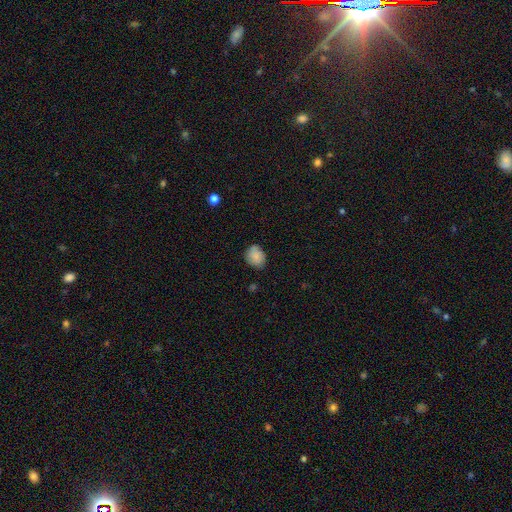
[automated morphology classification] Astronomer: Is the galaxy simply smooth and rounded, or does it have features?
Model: smooth — 83%.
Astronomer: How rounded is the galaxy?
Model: round — 50% (runner-up: in between, 49%).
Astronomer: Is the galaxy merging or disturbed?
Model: none — 71%.